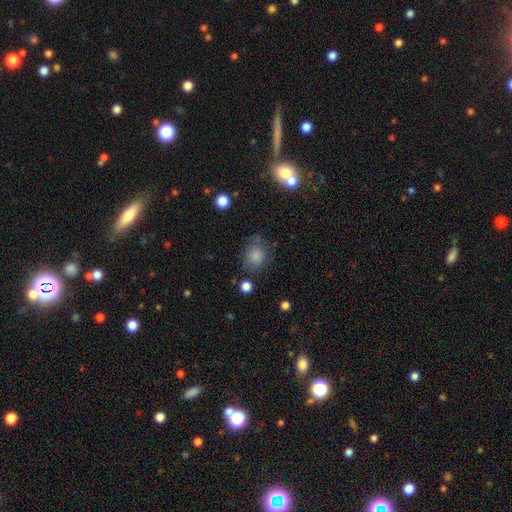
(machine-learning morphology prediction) type=smooth (80%); roundness=round (61%); merging=none (60%).